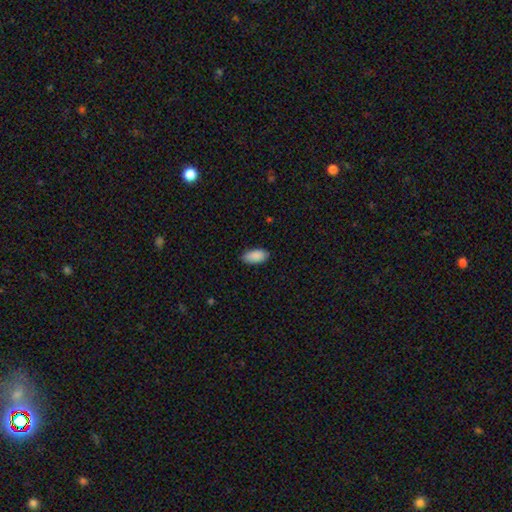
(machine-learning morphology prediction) Smooth or featured? smooth (90%)
How rounded? in between (94%)
Merging? none (84%)